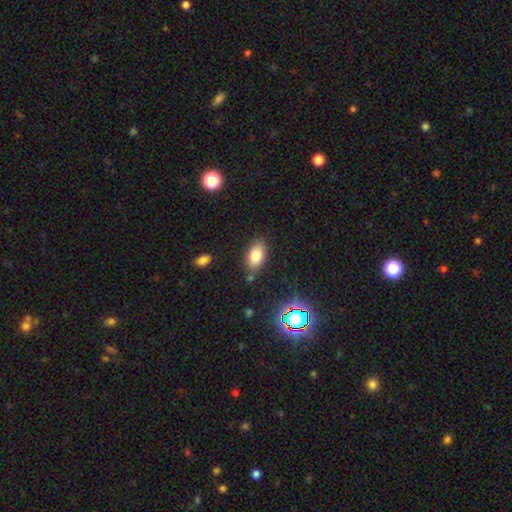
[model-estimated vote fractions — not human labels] Morphology: type=smooth (80%); roundness=in between (90%); merging=none (79%).